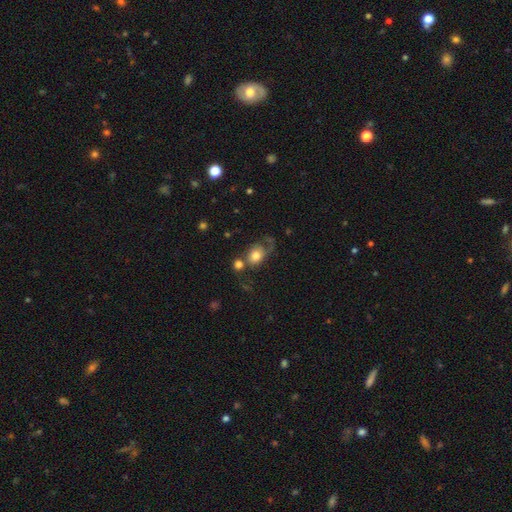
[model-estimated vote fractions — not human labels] Smooth or featured? smooth (63%)
How rounded? round (51%)
Merging? none (29%)